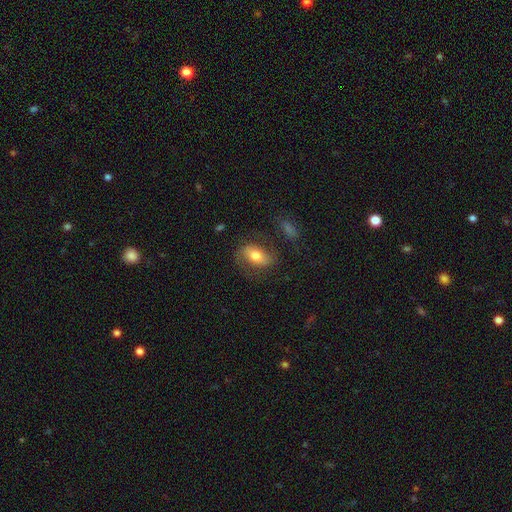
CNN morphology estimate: Q: Smooth or featured?
A: smooth (55%); runner-up: featured or disk (37%)
Q: How rounded?
A: in between (85%); runner-up: round (10%)
Q: Merging?
A: none (68%); runner-up: minor disturbance (18%)